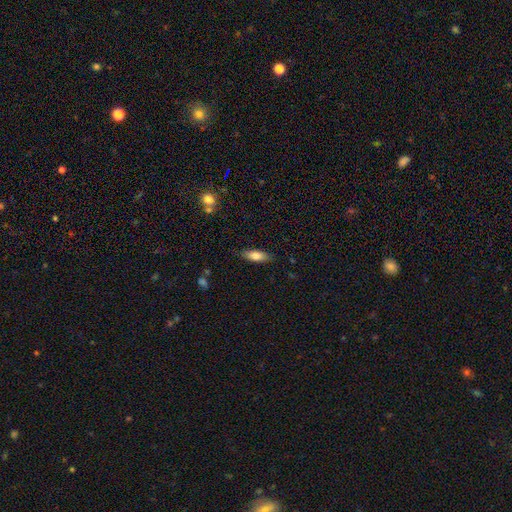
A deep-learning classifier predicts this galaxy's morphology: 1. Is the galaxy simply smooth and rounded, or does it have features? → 77% smooth, 16% featured or disk, 7% star or artifact.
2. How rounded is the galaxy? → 62% in between, 35% cigar-shaped, 2% round.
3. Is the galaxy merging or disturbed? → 84% none, 12% minor disturbance, 3% major disturbance, 1% merger.